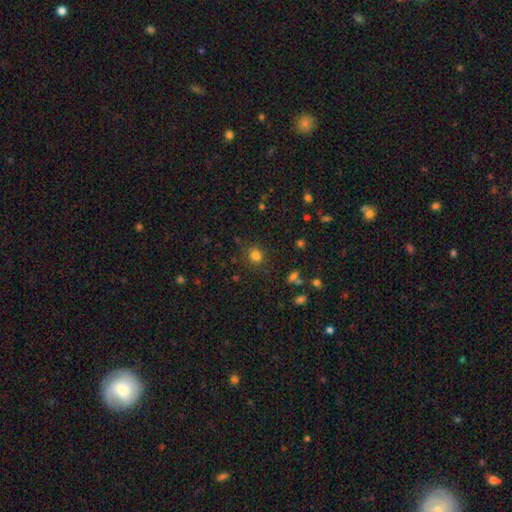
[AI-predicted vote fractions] smooth 79%, star or artifact 16%, featured or disk 5%. Down the decision tree: how rounded — round (87%); merging — none (84%).